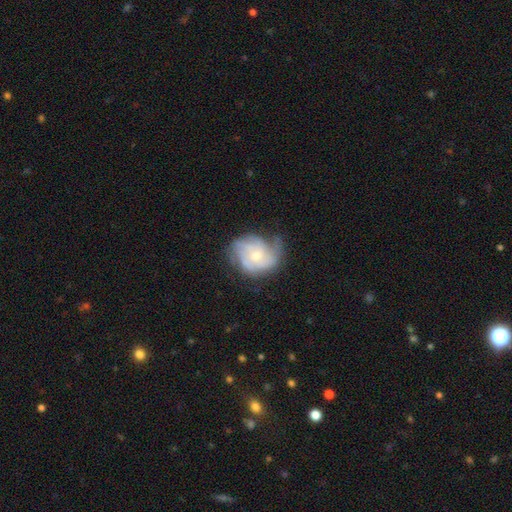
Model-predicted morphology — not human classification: This appears to be a featured or disk galaxy (72%) with no bar (76%), tight (48%) spiral arms (88%) and a moderate central bulge (48%). Merging: none (52%).